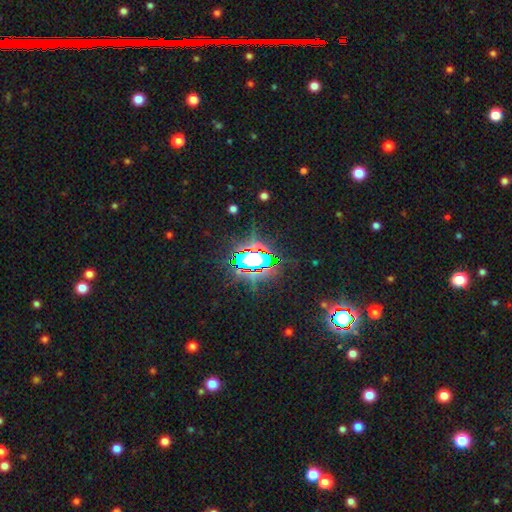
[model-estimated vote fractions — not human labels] This is likely a star or artifact rather than a galaxy (70%).